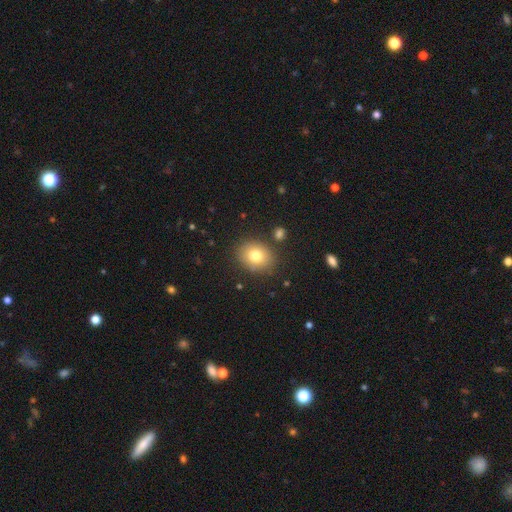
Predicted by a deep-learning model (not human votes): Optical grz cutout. It shows a smooth galaxy with no disk features (77%) that is round (55%). Merging: none (84%).